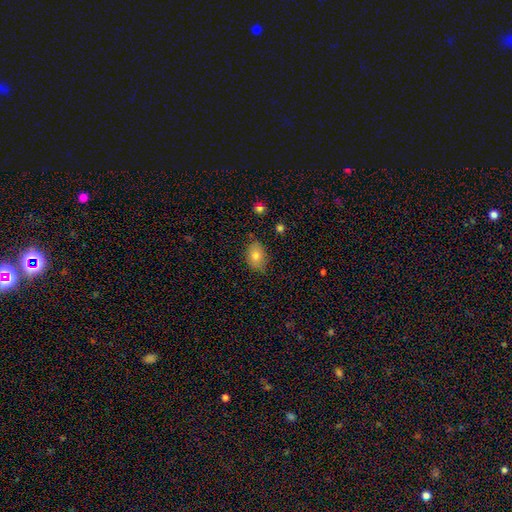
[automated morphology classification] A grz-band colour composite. It shows a smooth galaxy with no disk features (78%) that is in between round and cigar-shaped (72%). Merging: none (78%).